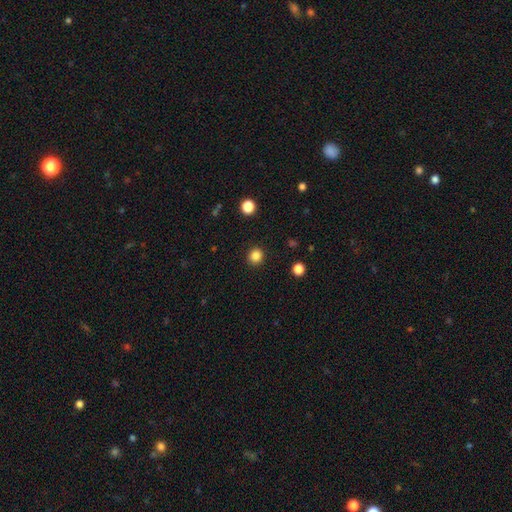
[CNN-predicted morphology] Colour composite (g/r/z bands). It shows a smooth galaxy with no disk features (84%) that is round (91%). Merging: none (92%).